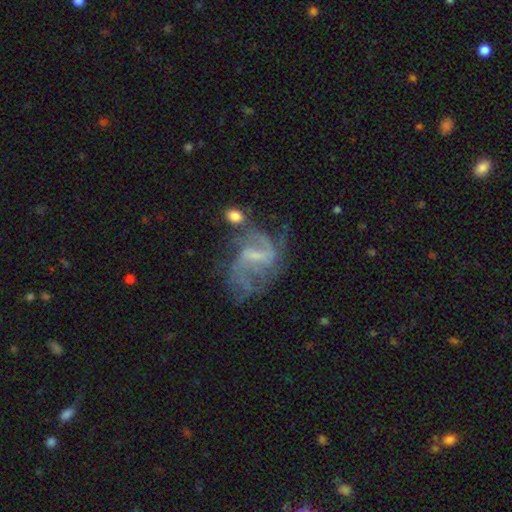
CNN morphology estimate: Q: Smooth or featured?
A: featured or disk (82%); runner-up: smooth (10%)
Q: Edge-on disk?
A: no (98%); runner-up: yes (2%)
Q: Bar?
A: weak (53%); runner-up: strong (28%)
Q: Spiral arms?
A: yes (85%); runner-up: no (15%)
Q: Spiral winding?
A: medium (42%); tied with: loose (42%)
Q: Spiral arm count?
A: 2 (48%); runner-up: can't tell (24%)
Q: Bulge size?
A: small (50%); runner-up: none (29%)
Q: Merging?
A: none (40%); runner-up: major disturbance (29%)